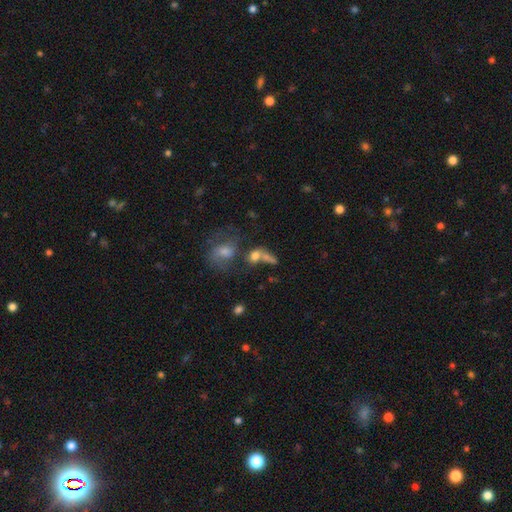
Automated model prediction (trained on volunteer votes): smooth 62%, featured or disk 24%, star or artifact 15%. Down the decision tree: how rounded — in between (55%); merging — merger (48%).